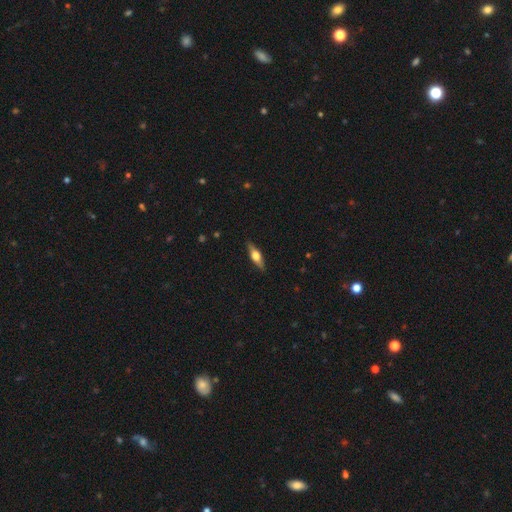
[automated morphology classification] Overall: featured or disk (56%; smooth 38%). Edge-on disk: yes (94%). Edge-on bulge: rounded (92%). Merging: none (88%).